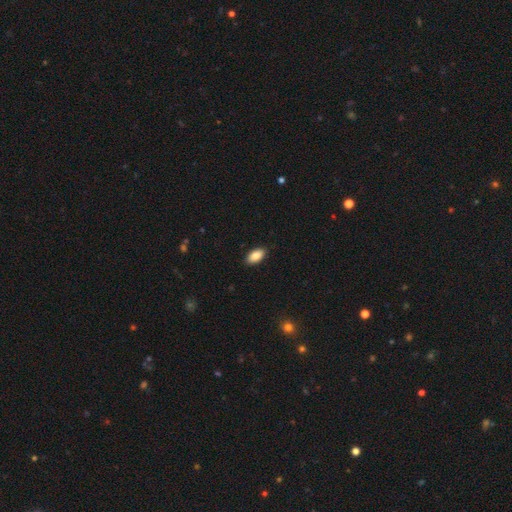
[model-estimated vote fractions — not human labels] Morphology: type=smooth (88%); roundness=in between (94%); merging=none (89%).